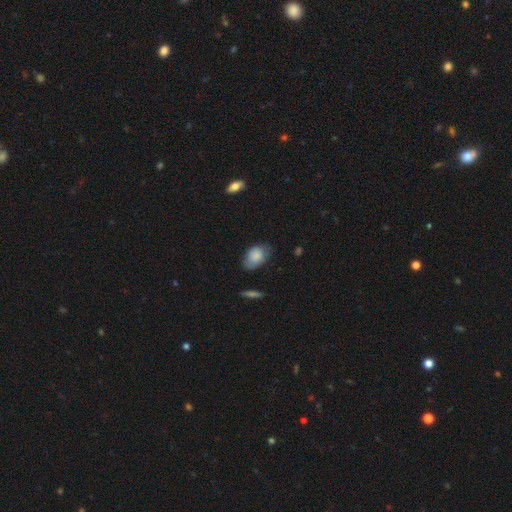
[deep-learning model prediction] Smooth or featured?
  - smooth: 78% *
  - featured or disk: 15%
  - star or artifact: 7%
How rounded?
  - in between: 86% *
  - round: 13%
  - cigar-shaped: 2%
Merging?
  - none: 58% *
  - minor disturbance: 32%
  - major disturbance: 8%
  - merger: 2%